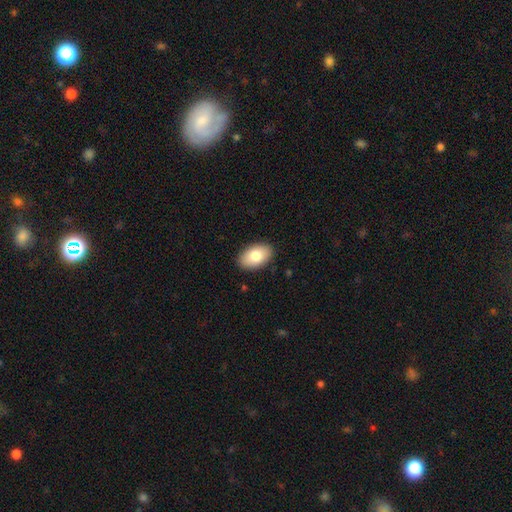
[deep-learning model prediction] Morphology: type=smooth (81%); roundness=in between (93%); merging=none (89%).